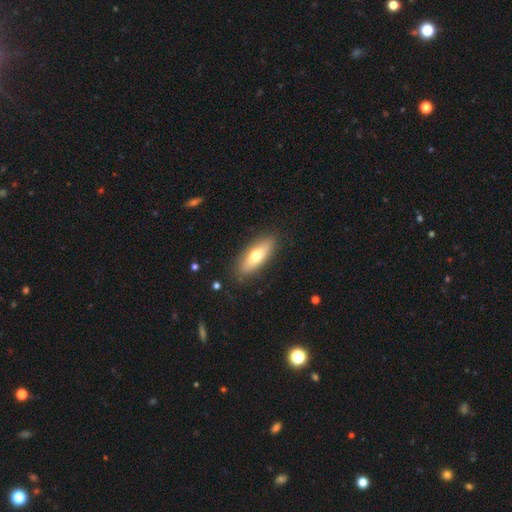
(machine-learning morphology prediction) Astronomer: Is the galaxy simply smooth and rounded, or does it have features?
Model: smooth — 65%.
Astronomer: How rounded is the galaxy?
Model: in between — 62%.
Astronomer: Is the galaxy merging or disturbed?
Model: none — 86%.